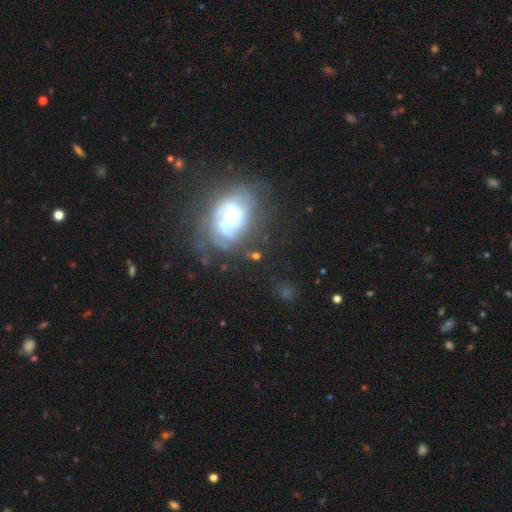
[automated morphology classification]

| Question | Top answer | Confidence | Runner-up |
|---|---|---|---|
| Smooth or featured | featured or disk | 71% | smooth (18%) |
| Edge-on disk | no | 96% | yes (4%) |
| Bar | no | 64% | weak (28%) |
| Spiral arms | yes | 87% | no (13%) |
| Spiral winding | tight | 58% | medium (31%) |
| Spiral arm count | can't tell | 38% | 2 (26%) |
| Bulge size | moderate | 54% | small (29%) |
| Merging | none | 58% | minor disturbance (20%) |